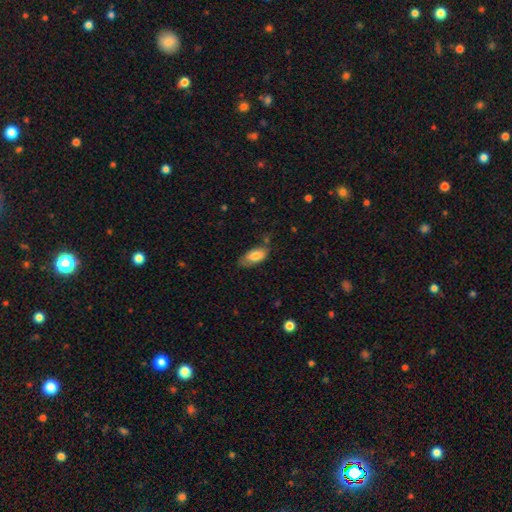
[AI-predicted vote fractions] Smooth or featured? Predicted: smooth (p=0.80). How rounded? Predicted: in between (p=0.89). Merging? Predicted: none (p=0.59).